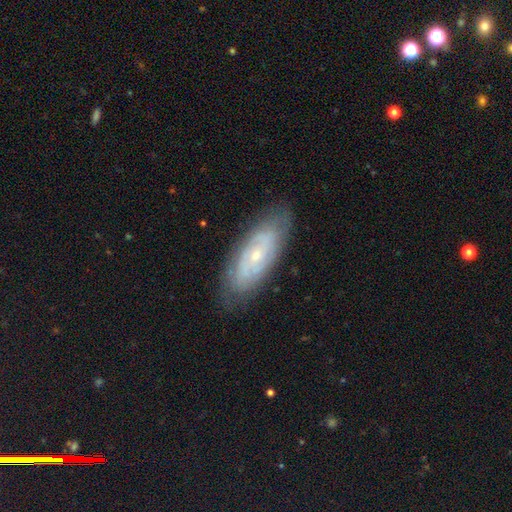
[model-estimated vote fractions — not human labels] This is likely a featured or disk galaxy (71%). It is clearly not viewed edge-on (87%). Bar: likely no (72%). Spiral arm pattern: likely yes (76%). Central bulge: likely small (71%). Merging: clearly none (81%).